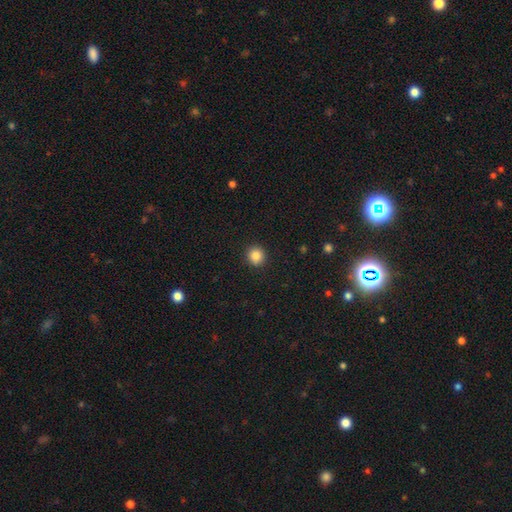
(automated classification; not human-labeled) Smooth or featured: smooth — 85% (star or artifact — 10%)
How rounded: round — 91% (in between — 8%)
Merging: none — 92% (minor disturbance — 5%)